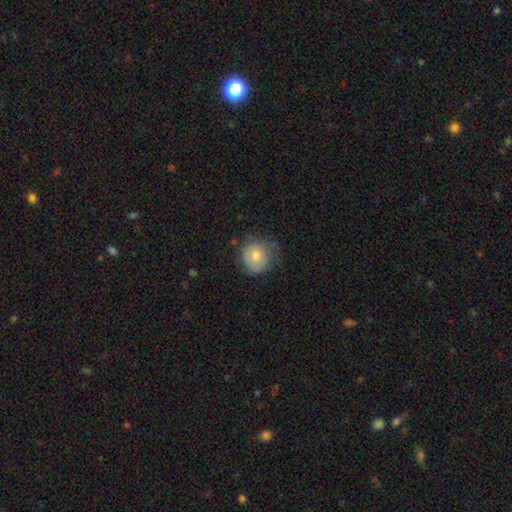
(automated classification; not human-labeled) The model was most divided on "merging": none: 62%, minor disturbance: 28%, major disturbance: 9%, merger: 1%. More confident: how rounded — round (85%); smooth or featured — smooth (74%).